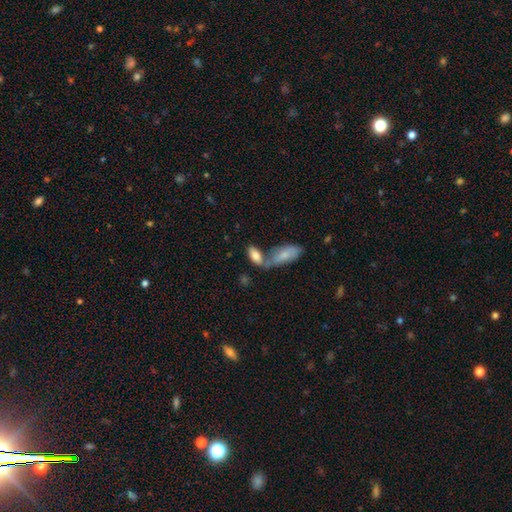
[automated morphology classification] Overall: smooth (77%). How rounded: in between (86%). Merging: merger (51%; none 33%).